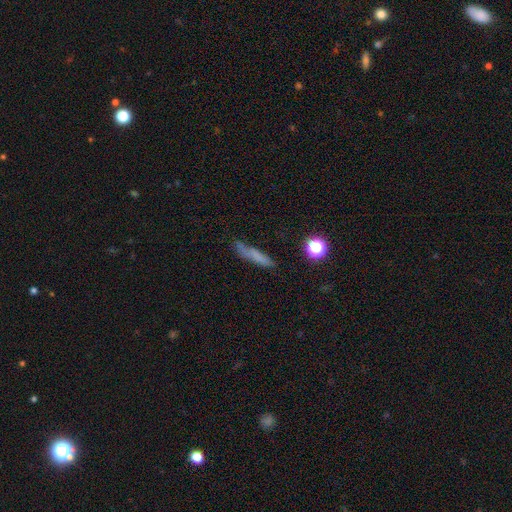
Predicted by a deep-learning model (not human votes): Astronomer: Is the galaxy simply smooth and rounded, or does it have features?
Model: smooth — 66%.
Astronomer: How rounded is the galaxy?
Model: cigar-shaped — 85%.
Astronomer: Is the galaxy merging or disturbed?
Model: none — 67%.